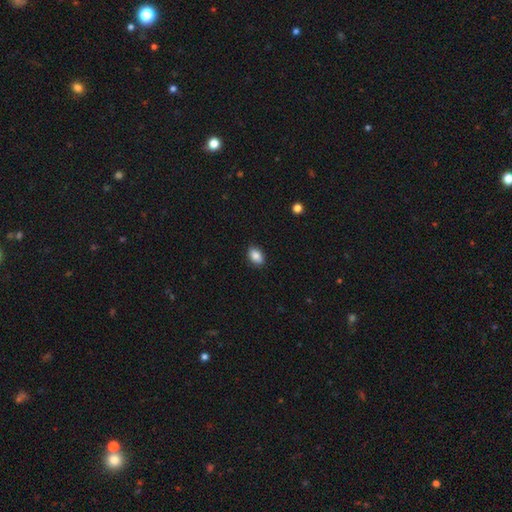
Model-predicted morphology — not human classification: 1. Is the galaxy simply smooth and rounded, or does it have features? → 88% smooth, 8% star or artifact, 4% featured or disk.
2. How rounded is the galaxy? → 86% in between, 13% round, 1% cigar-shaped.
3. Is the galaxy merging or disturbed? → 89% none, 8% minor disturbance, 2% major disturbance, 1% merger.